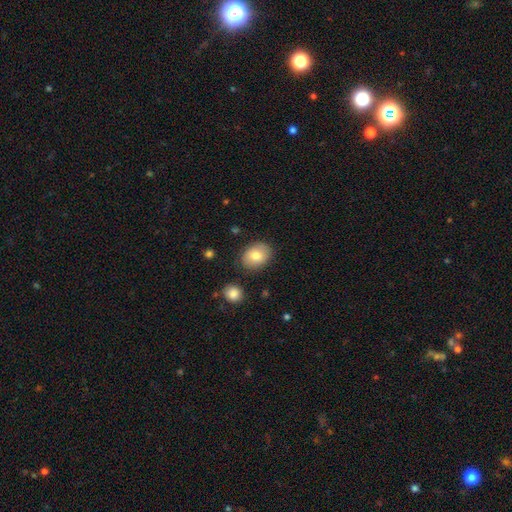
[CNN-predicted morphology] smooth_or_featured: smooth (p=0.79) [alt: featured or disk p=0.14]
how_rounded: in between (p=0.57) [alt: round p=0.42]
merging: none (p=0.83) [alt: minor disturbance p=0.12]